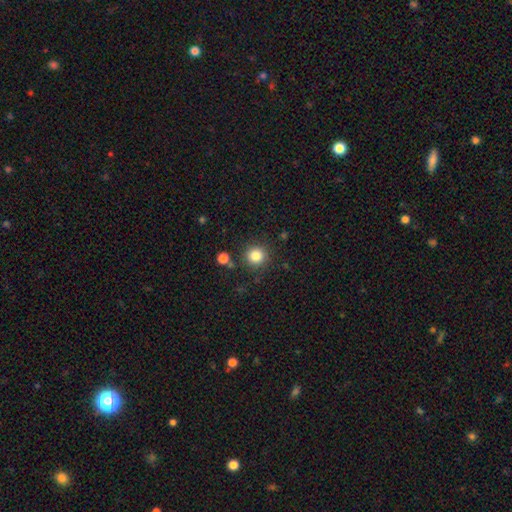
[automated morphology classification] A smooth galaxy with no disk features (83%) that is round (93%). Merging: none (86%).